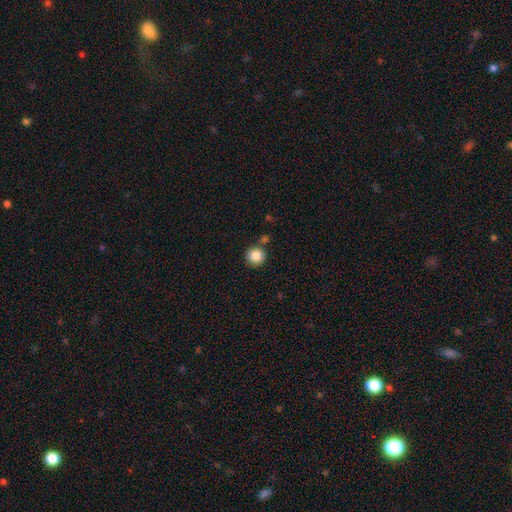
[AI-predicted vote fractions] The model was most divided on "merging": none: 82%, merger: 8%, minor disturbance: 8%, major disturbance: 2%. More confident: how rounded — round (94%); smooth or featured — smooth (86%).